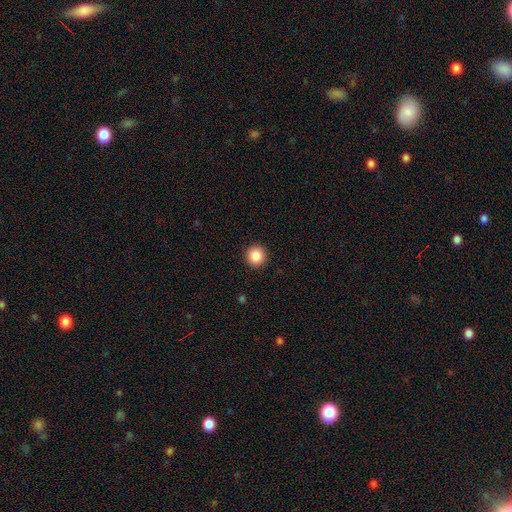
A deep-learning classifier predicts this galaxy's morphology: A smooth galaxy with no disk features (87%) that is round (95%).

Vote fractions:
- Smooth or featured? smooth: 87% / star or artifact: 10% / featured or disk: 4%
- How rounded? round: 95% / in between: 4% / cigar-shaped: 1%
- Merging? none: 93% / minor disturbance: 5% / major disturbance: 2% / merger: 1%